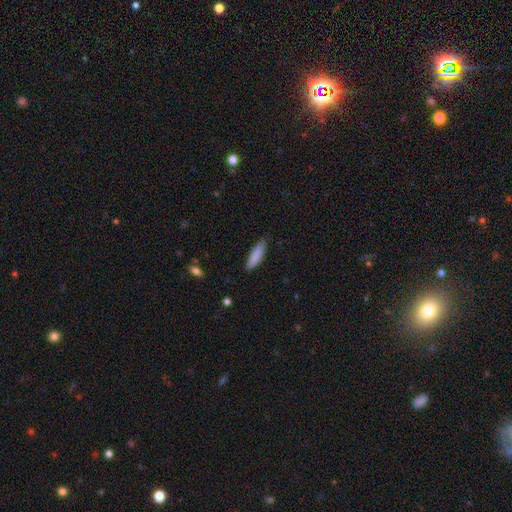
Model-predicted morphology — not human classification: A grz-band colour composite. It shows a smooth galaxy with no disk features (87%) that is cigar-shaped (63%). Merging: none (82%).